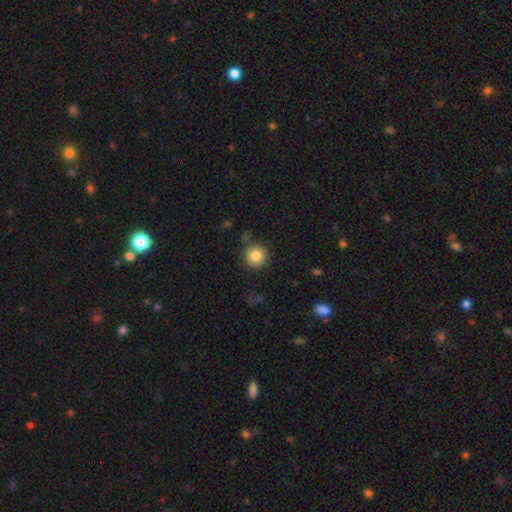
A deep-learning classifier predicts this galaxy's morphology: Smooth or featured: smooth — 84% (star or artifact — 10%)
How rounded: round — 94% (in between — 5%)
Merging: none — 81% (minor disturbance — 11%)